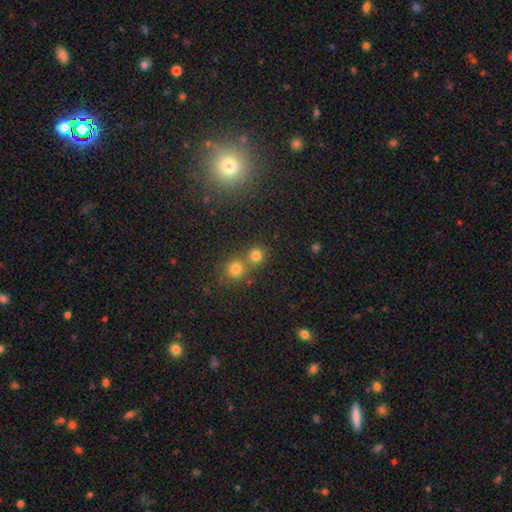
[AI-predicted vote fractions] Smooth or featured: smooth — 77% (star or artifact — 16%)
How rounded: round — 87% (in between — 11%)
Merging: none — 55% (merger — 36%)